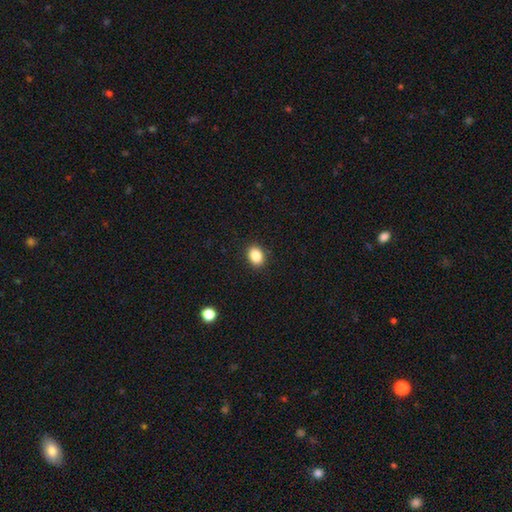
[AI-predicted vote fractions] smooth_or_featured: smooth (p=0.86) [alt: star or artifact p=0.09]
how_rounded: in between (p=0.63) [alt: round p=0.36]
merging: none (p=0.90) [alt: minor disturbance p=0.07]